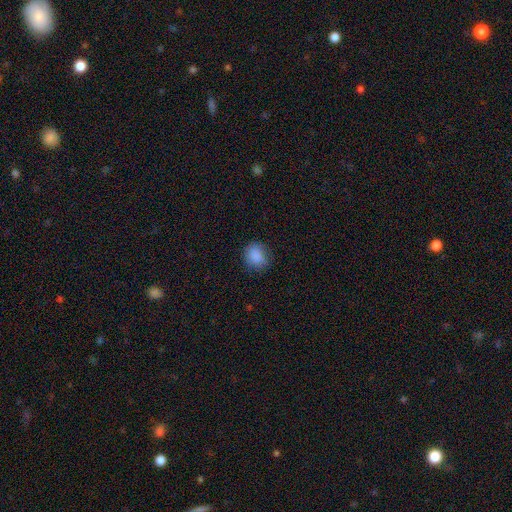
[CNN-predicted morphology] Q: Smooth or featured?
A: smooth (87%); runner-up: star or artifact (9%)
Q: How rounded?
A: round (64%); runner-up: in between (35%)
Q: Merging?
A: none (80%); runner-up: minor disturbance (15%)